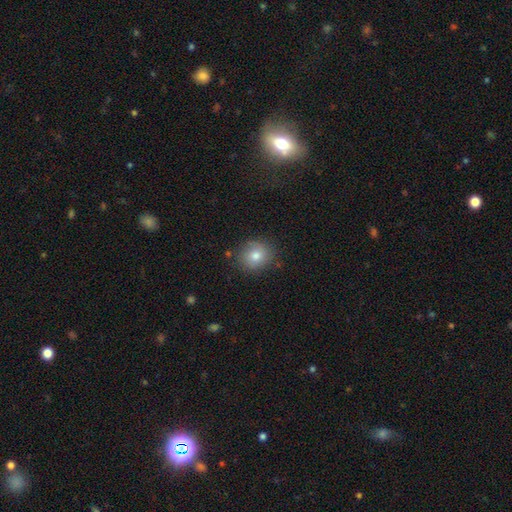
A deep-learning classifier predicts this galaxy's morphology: Overall: smooth (77%). How rounded: round (80%). Merging: none (81%).